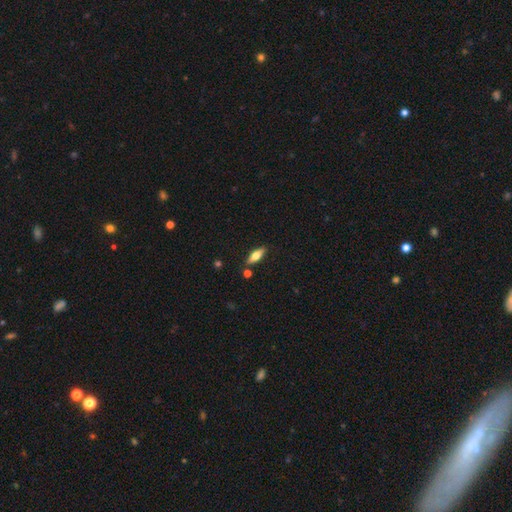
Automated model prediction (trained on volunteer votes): Smooth or featured? Predicted: smooth (p=0.57). How rounded? Predicted: in between (p=0.60). Merging? Predicted: none (p=0.83).